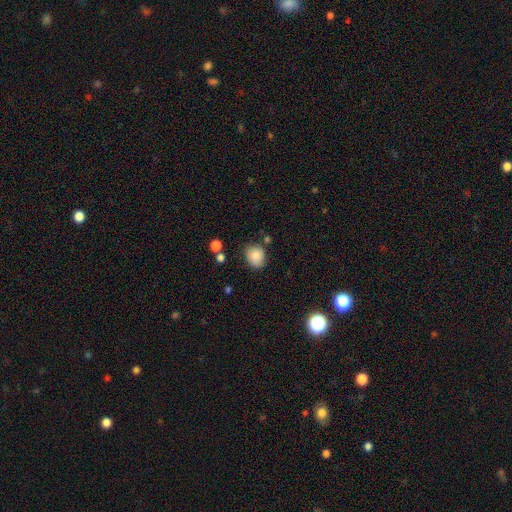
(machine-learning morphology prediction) This is clearly a smooth galaxy (83%). How rounded: likely round (64%). Merging: likely none (71%).